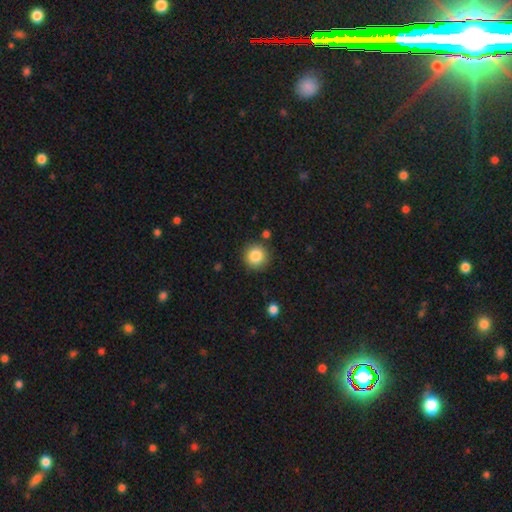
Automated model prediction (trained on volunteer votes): Smooth or featured? Predicted: smooth (p=0.85). How rounded? Predicted: round (p=0.94). Merging? Predicted: none (p=0.87).